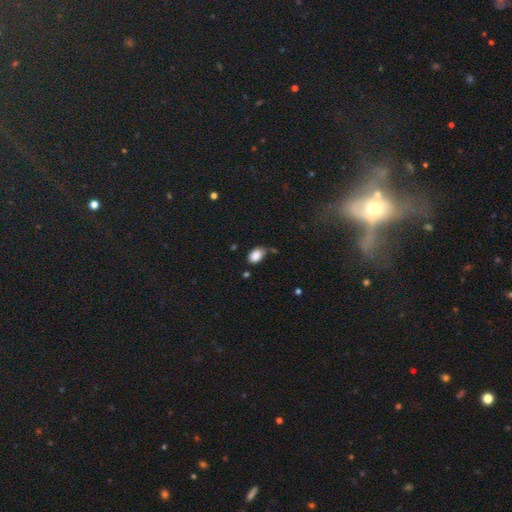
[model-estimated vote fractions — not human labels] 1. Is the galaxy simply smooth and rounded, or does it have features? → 87% smooth, 8% star or artifact, 5% featured or disk.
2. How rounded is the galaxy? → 87% in between, 11% round, 1% cigar-shaped.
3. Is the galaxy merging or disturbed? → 55% none, 29% minor disturbance, 8% merger, 8% major disturbance.